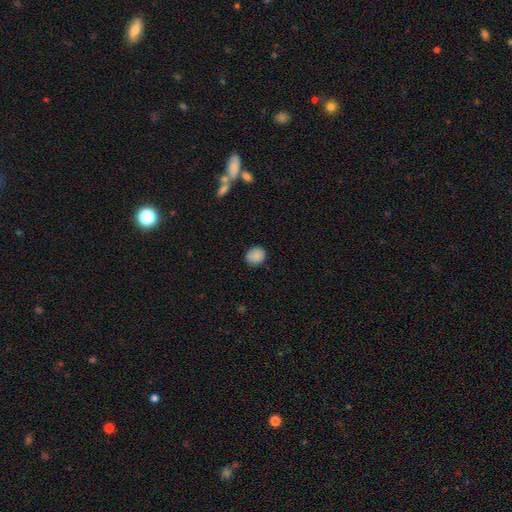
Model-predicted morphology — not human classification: The model was most divided on "how rounded": round: 77%, in between: 22%, cigar-shaped: 1%. More confident: smooth or featured — smooth (88%); merging — none (86%).